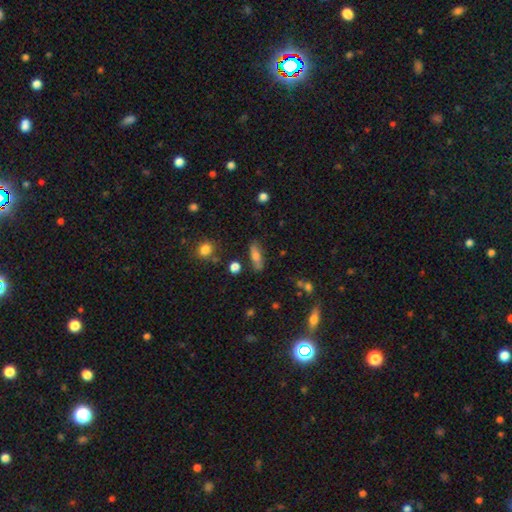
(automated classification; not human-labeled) Q: Smooth or featured?
A: smooth (68%); runner-up: featured or disk (23%)
Q: How rounded?
A: cigar-shaped (48%); tied with: in between (48%)
Q: Merging?
A: none (79%); runner-up: minor disturbance (14%)